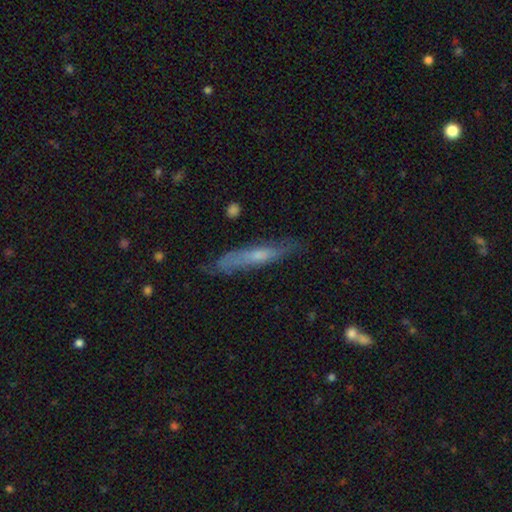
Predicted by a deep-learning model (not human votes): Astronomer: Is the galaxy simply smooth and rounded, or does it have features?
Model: featured or disk — 48% (runner-up: smooth, 45%).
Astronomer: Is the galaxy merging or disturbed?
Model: none — 75%.